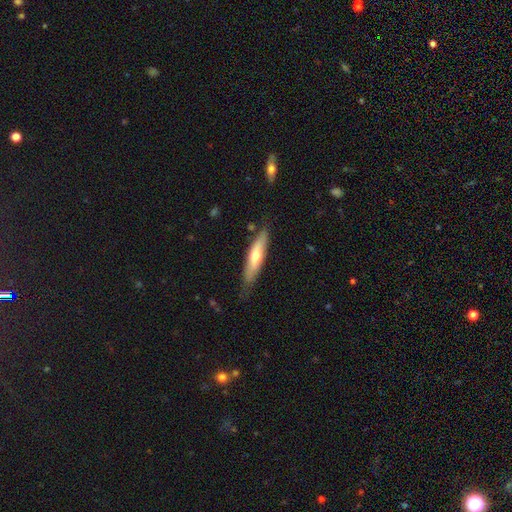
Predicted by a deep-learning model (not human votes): Q: Smooth or featured?
A: smooth (52%); runner-up: featured or disk (42%)
Q: How rounded?
A: cigar-shaped (72%); runner-up: in between (26%)
Q: Merging?
A: none (75%); runner-up: minor disturbance (19%)